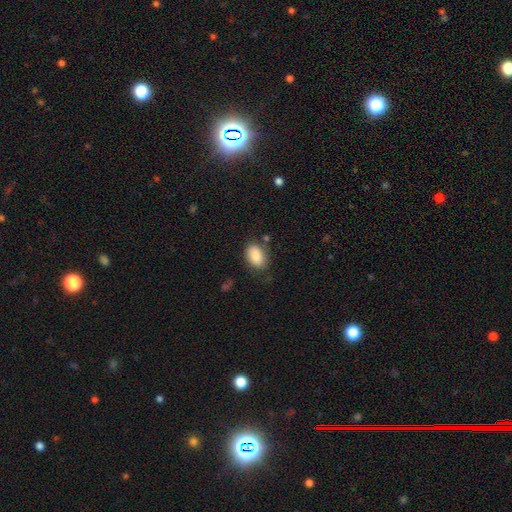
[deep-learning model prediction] Smooth or featured? Predicted: smooth (p=0.86). How rounded? Predicted: in between (p=0.88). Merging? Predicted: none (p=0.75).